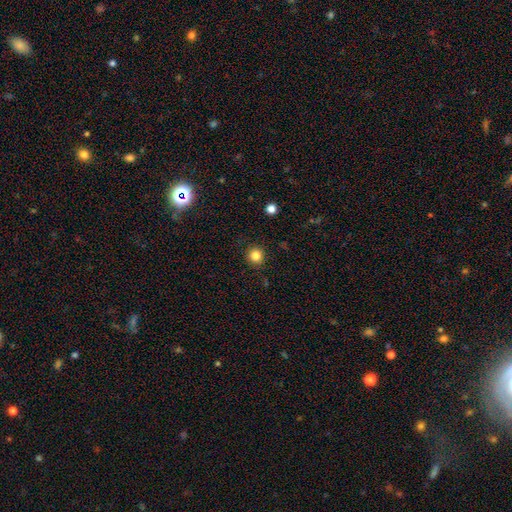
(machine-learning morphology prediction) Smooth or featured? smooth (84%)
How rounded? round (94%)
Merging? none (91%)